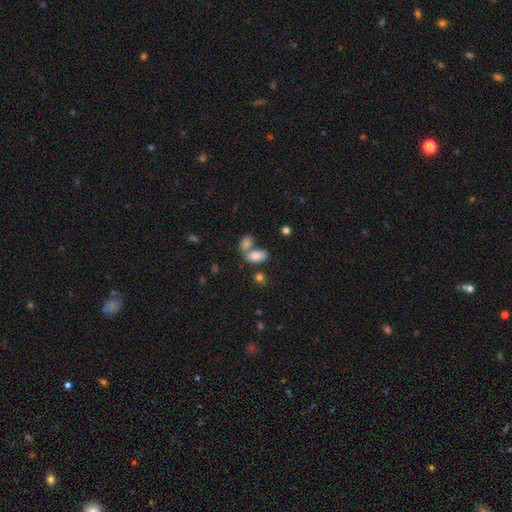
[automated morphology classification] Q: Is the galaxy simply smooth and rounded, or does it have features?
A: smooth — 82%.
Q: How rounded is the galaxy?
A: in between — 91%.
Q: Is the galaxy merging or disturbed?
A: merger — 46%.